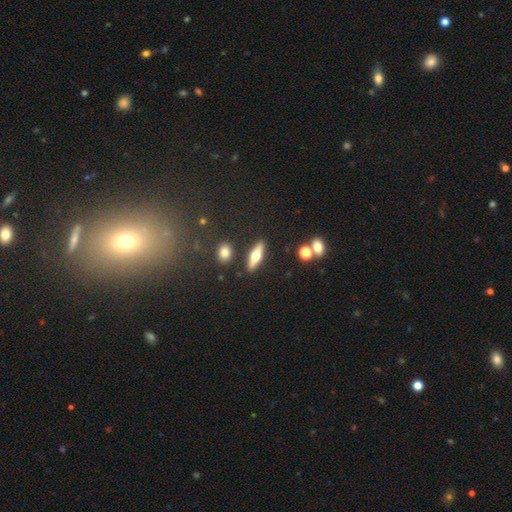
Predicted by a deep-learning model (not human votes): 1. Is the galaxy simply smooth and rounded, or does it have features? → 52% featured or disk, 40% smooth, 8% star or artifact.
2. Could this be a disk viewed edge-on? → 91% yes, 9% no.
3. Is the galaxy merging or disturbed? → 85% none, 8% minor disturbance, 5% merger, 3% major disturbance.